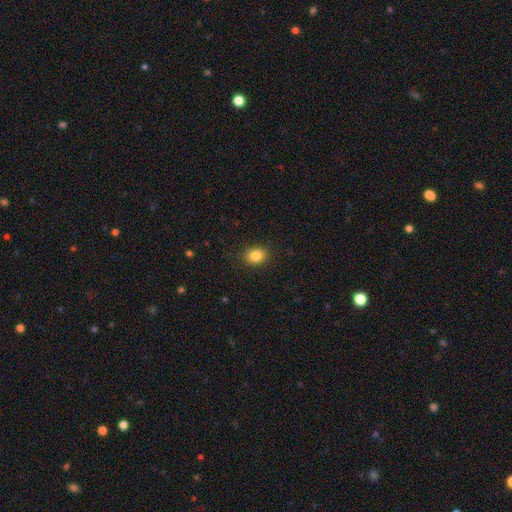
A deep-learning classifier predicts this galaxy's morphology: Smooth or featured: smooth — 85% (star or artifact — 10%)
How rounded: round — 53% (in between — 46%)
Merging: none — 89% (minor disturbance — 8%)